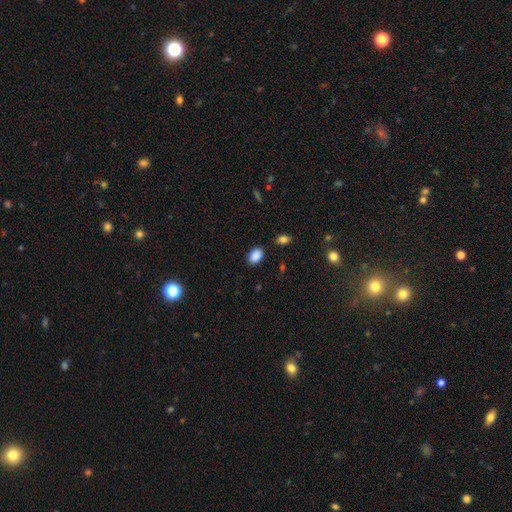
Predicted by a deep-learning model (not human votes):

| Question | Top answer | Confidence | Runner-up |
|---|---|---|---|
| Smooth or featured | smooth | 89% | star or artifact (8%) |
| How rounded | in between | 80% | round (19%) |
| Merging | none | 85% | minor disturbance (10%) |